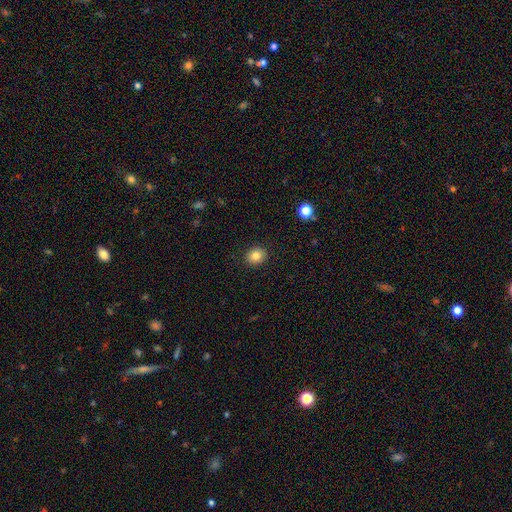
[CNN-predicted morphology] smooth 83%, star or artifact 10%, featured or disk 7%. Down the decision tree: how rounded — round (72%); merging — none (91%).